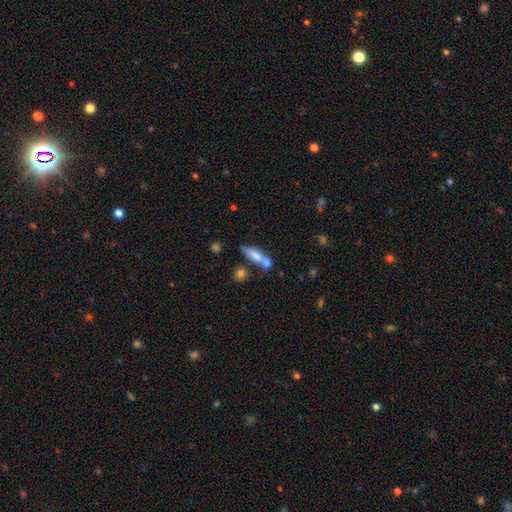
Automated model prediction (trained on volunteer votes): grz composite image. It shows a smooth galaxy with no disk features (62%) that is cigar-shaped (57%). Merging: none (42%).